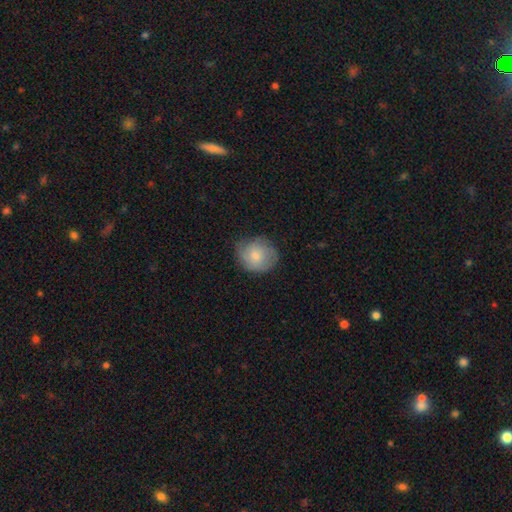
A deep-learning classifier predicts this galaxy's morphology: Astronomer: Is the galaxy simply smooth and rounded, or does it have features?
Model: smooth — 73%.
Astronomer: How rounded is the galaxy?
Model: round — 79%.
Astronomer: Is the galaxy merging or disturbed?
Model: none — 67%.